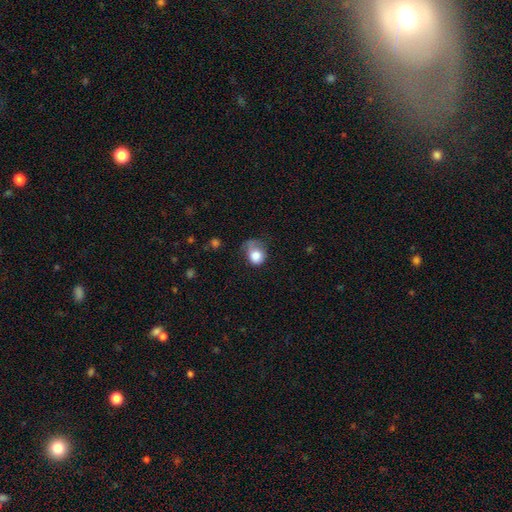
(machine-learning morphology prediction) A smooth galaxy with no disk features (78%) that is round (62%).

Vote fractions:
- Smooth or featured? smooth: 78% / featured or disk: 13% / star or artifact: 9%
- How rounded? round: 62% / in between: 38% / cigar-shaped: 1%
- Merging? major disturbance: 35% / minor disturbance: 33% / none: 27% / merger: 5%